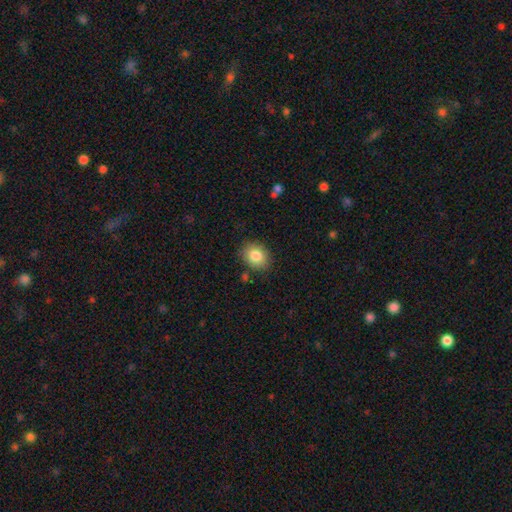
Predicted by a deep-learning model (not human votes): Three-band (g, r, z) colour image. It shows a smooth galaxy with no disk features (83%) that is in between round and cigar-shaped (51%). Merging: none (84%).